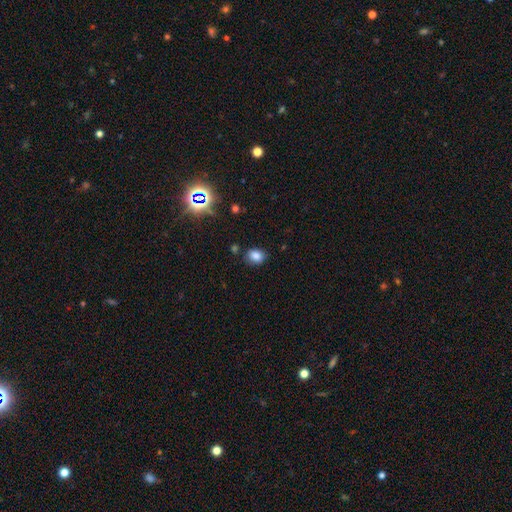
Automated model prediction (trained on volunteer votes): Overall: smooth (81%). How rounded: in between (56%; round 43%). Merging: none (79%).